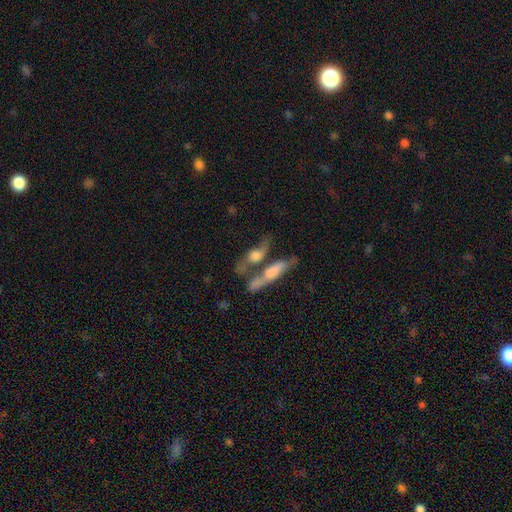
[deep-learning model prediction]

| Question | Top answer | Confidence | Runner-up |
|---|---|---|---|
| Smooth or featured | featured or disk | 49% | smooth (42%) |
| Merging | merger | 47% | none (32%) |